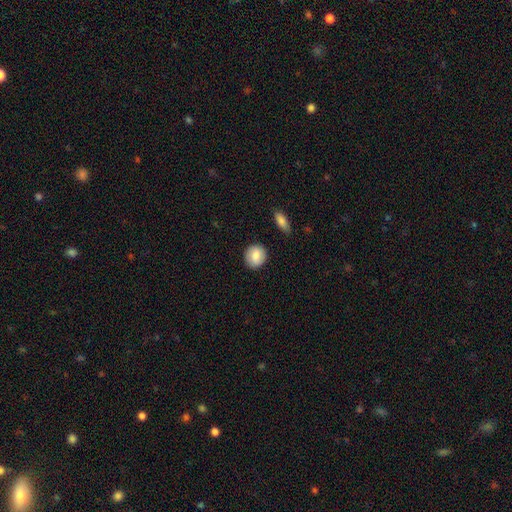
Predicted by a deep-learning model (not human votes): Morphology: type=smooth (82%); roundness=round (79%); merging=none (86%).